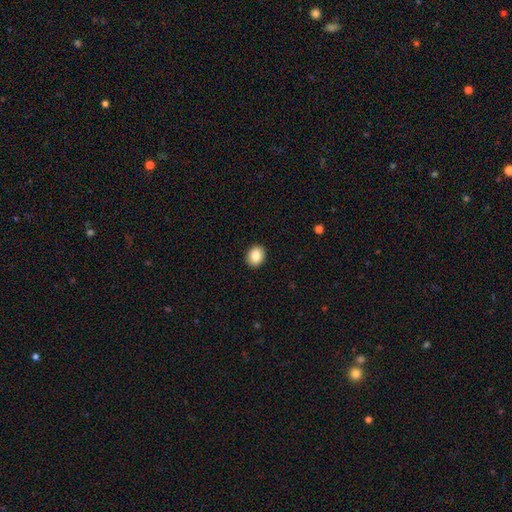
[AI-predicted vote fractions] smooth_or_featured: smooth (p=0.84) [alt: star or artifact p=0.09]
how_rounded: round (p=0.64) [alt: in between p=0.35]
merging: none (p=0.92) [alt: minor disturbance p=0.05]